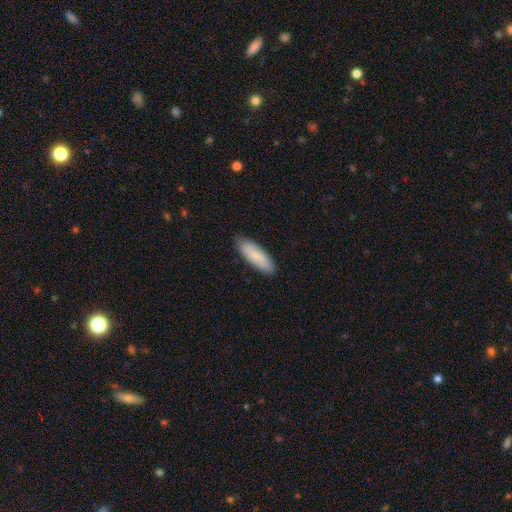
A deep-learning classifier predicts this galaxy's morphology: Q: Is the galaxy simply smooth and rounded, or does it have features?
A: smooth — 83%.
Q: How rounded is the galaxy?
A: in between — 55%.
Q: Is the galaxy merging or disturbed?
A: none — 87%.